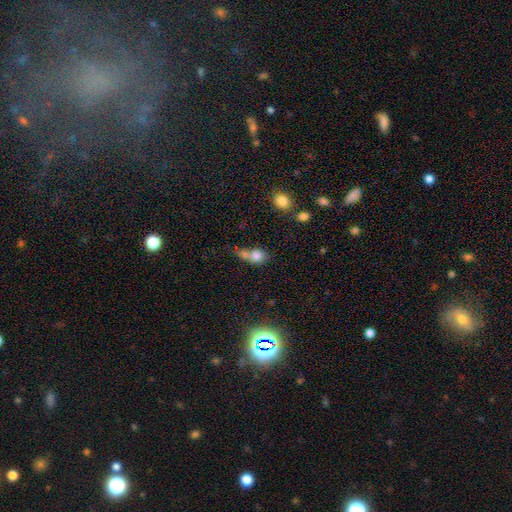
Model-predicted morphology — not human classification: This is likely a smooth galaxy (77%). How rounded: possibly round (55%). Merging: possibly merger (49%).